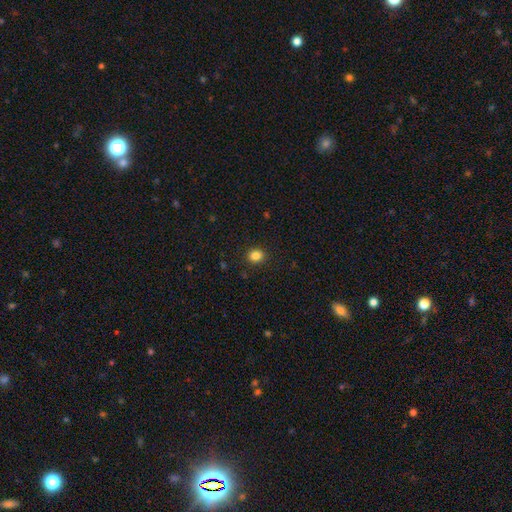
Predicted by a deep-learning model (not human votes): smooth-or-featured: smooth: 84% | star or artifact: 12% | featured or disk: 4%
  how-rounded: round: 72% | in between: 27% | cigar-shaped: 1%
  merging: none: 90% | minor disturbance: 7% | major disturbance: 2% | merger: 1%